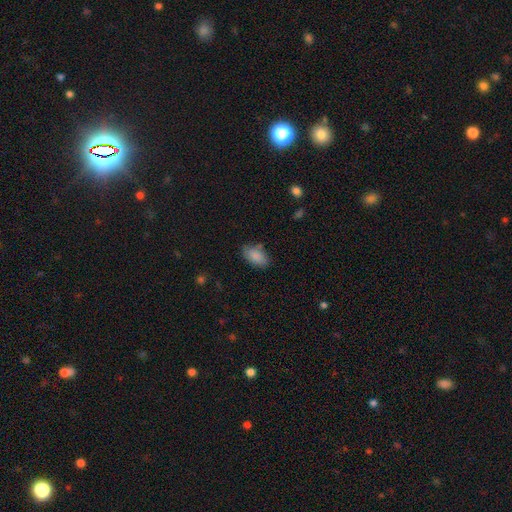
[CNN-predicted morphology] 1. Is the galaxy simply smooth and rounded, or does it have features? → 86% smooth, 7% star or artifact, 6% featured or disk.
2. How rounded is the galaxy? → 92% in between, 4% round, 3% cigar-shaped.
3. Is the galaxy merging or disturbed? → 73% none, 20% minor disturbance, 4% major disturbance, 3% merger.